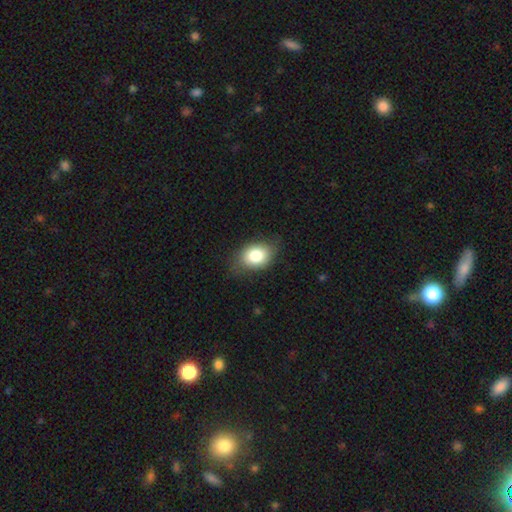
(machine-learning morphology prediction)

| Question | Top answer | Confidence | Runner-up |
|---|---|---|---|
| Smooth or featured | smooth | 81% | featured or disk (11%) |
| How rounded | in between | 71% | round (27%) |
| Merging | none | 73% | minor disturbance (21%) |